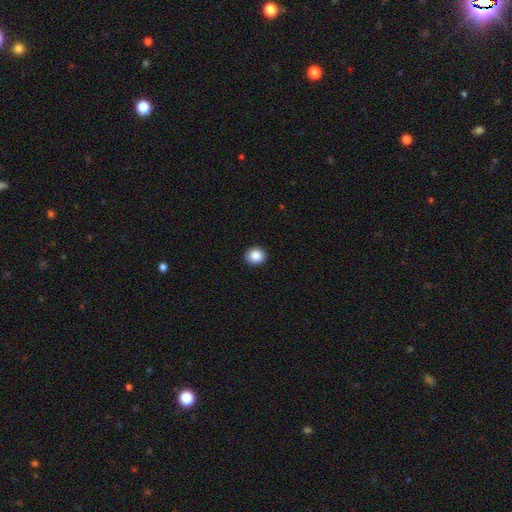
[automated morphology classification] Smooth or featured? Predicted: smooth (p=0.88). How rounded? Predicted: round (p=0.82). Merging? Predicted: none (p=0.92).